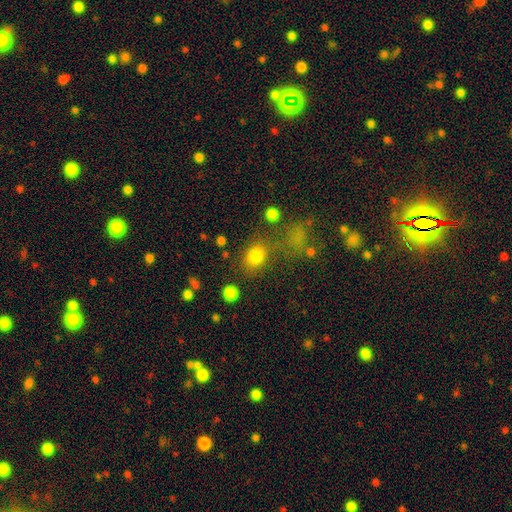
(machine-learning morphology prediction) A smooth galaxy with no disk features (80%) that is round (54%). Merging: none (62%).